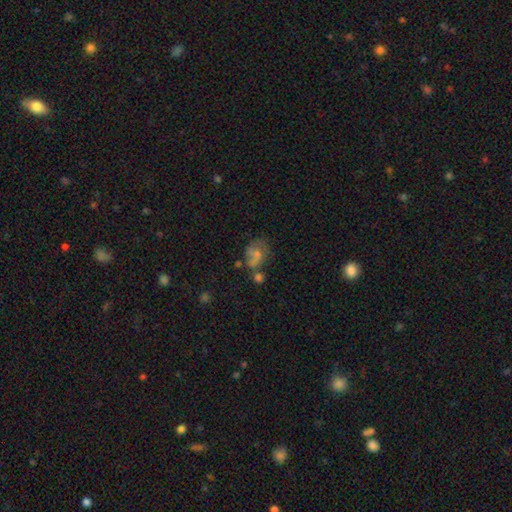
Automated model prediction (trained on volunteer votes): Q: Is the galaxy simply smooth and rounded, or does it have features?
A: smooth — 50%.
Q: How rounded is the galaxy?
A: in between — 59%.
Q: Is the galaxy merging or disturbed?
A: none — 29%.